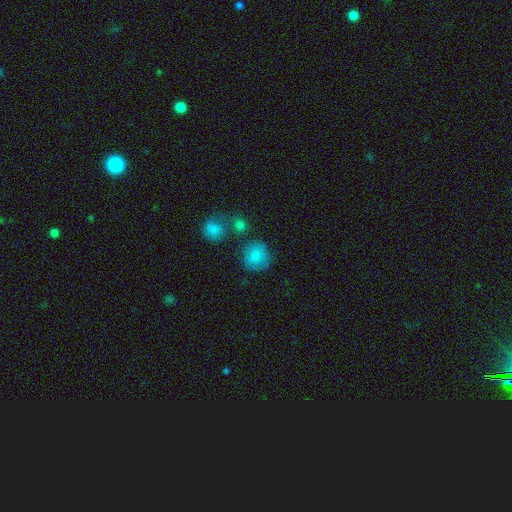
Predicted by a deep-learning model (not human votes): Smooth or featured? Predicted: smooth (p=0.82). How rounded? Predicted: round (p=0.84). Merging? Predicted: none (p=0.67).